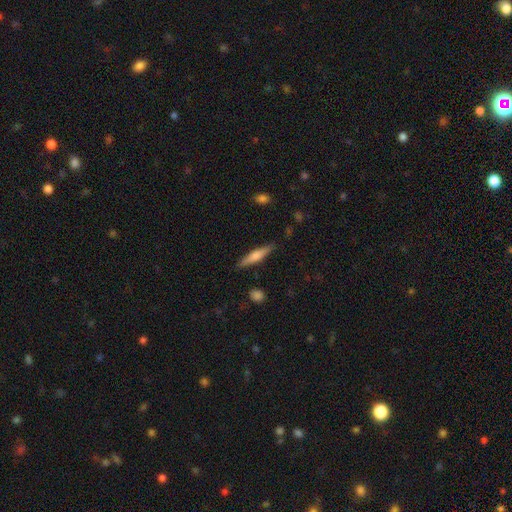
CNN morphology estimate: Overall: smooth (51%; featured or disk 43%). How rounded: cigar-shaped (84%). Merging: none (87%).